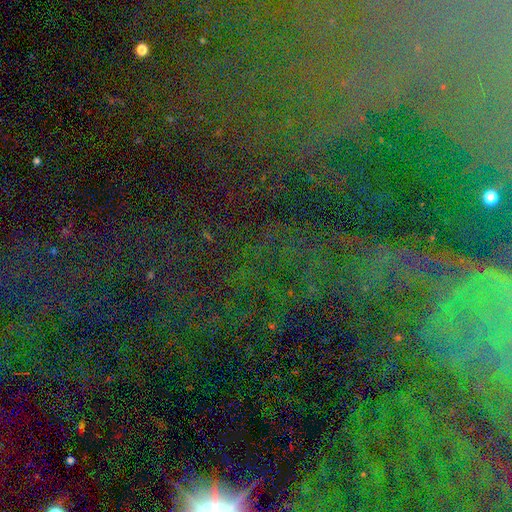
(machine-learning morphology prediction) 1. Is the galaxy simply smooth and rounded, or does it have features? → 74% star or artifact, 15% featured or disk, 10% smooth.